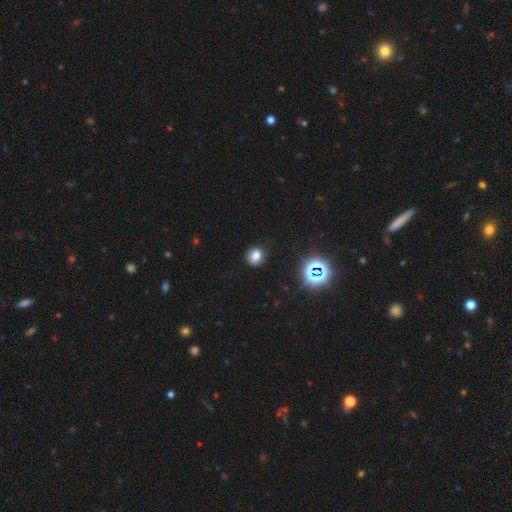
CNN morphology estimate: smooth_or_featured: smooth (p=0.73) [alt: star or artifact p=0.18]
how_rounded: round (p=0.62) [alt: in between p=0.37]
merging: none (p=0.87) [alt: minor disturbance p=0.09]